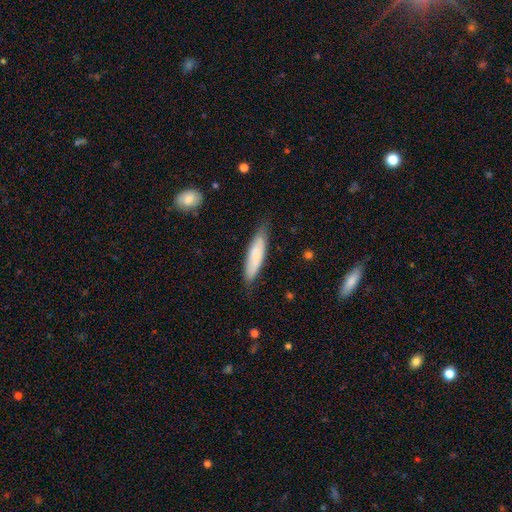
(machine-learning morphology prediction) A smooth galaxy with no disk features (75%) that is cigar-shaped (72%). Merging: none (78%).